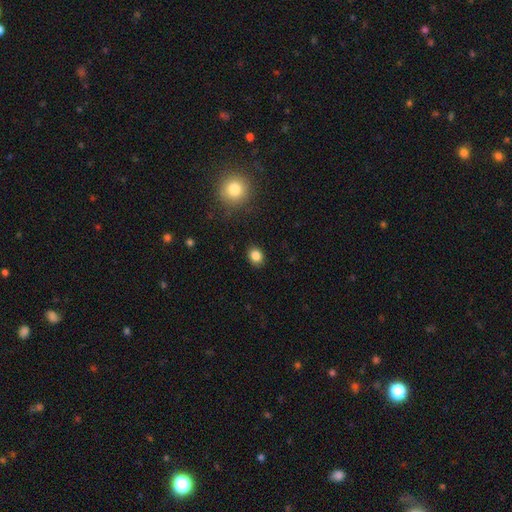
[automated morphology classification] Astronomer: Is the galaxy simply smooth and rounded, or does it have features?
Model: smooth — 84%.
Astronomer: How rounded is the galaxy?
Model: round — 57% (runner-up: in between, 42%).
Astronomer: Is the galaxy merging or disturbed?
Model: none — 89%.